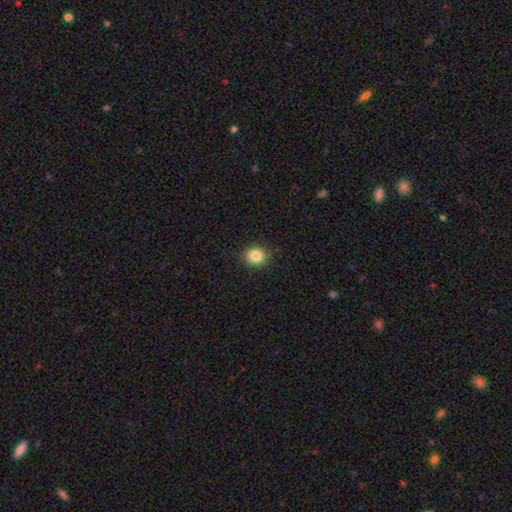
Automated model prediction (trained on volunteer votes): A smooth galaxy with no disk features (84%) that is round (77%). Merging: none (89%).